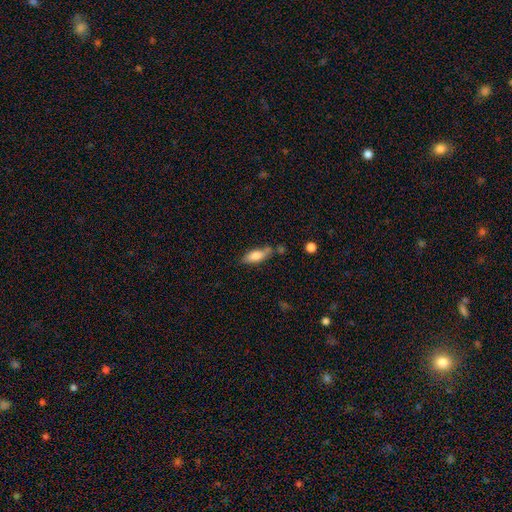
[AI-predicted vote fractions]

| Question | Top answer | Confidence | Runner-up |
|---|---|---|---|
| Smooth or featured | smooth | 74% | featured or disk (19%) |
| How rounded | in between | 66% | cigar-shaped (31%) |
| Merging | none | 56% | minor disturbance (26%) |